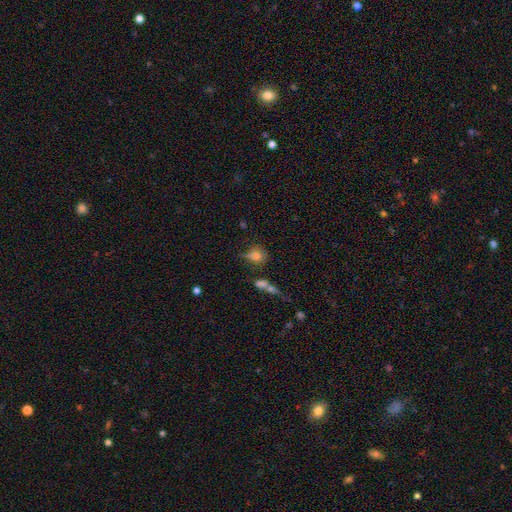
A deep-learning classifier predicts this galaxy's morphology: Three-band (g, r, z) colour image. It shows a smooth galaxy with no disk features (74%) that is round (58%). Merging: none (45%).